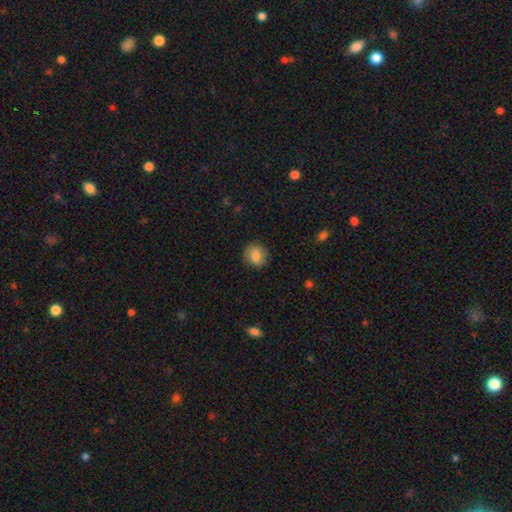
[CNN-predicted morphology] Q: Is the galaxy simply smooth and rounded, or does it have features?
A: smooth — 83%.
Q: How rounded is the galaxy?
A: round — 79%.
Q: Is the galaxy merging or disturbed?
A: none — 86%.